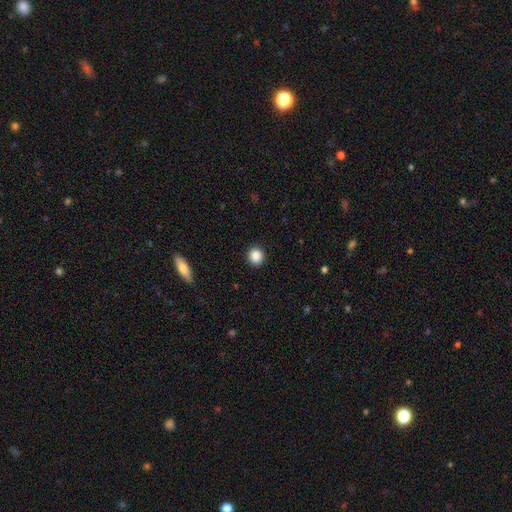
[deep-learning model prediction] Q: Smooth or featured?
A: smooth (88%); runner-up: star or artifact (9%)
Q: How rounded?
A: round (88%); runner-up: in between (11%)
Q: Merging?
A: none (91%); runner-up: minor disturbance (6%)